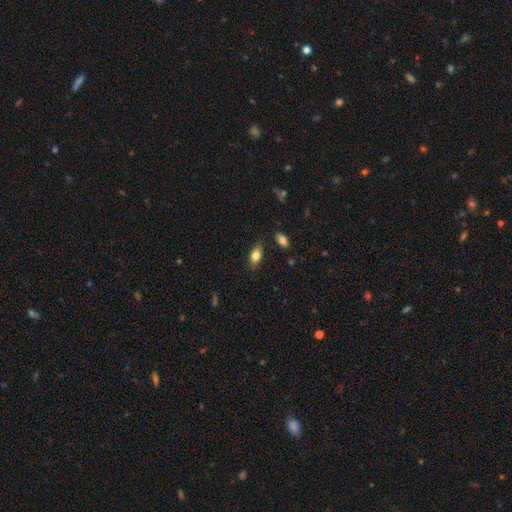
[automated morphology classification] type=smooth (80%); roundness=in between (88%); merging=none (82%).